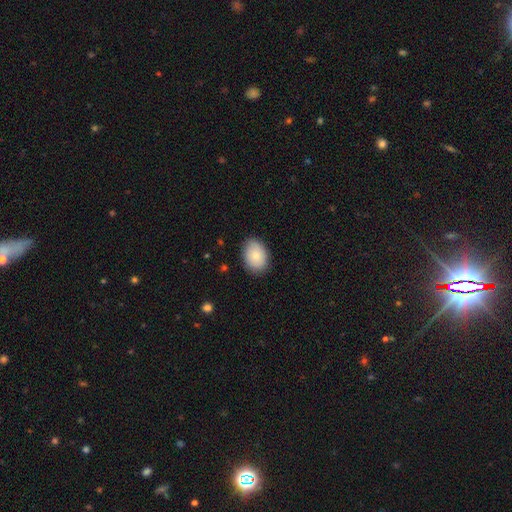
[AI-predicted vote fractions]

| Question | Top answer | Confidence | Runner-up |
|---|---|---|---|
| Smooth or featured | smooth | 79% | featured or disk (14%) |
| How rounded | in between | 71% | round (28%) |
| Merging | none | 80% | minor disturbance (16%) |